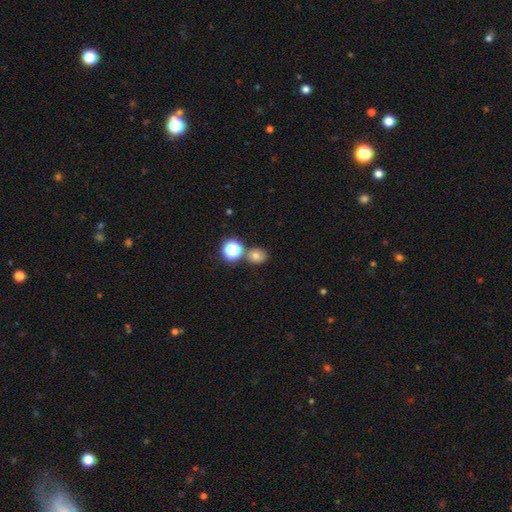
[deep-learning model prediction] The model was most divided on "how rounded": round: 68%, in between: 31%, cigar-shaped: 1%. More confident: merging — none (71%); smooth or featured — smooth (71%).